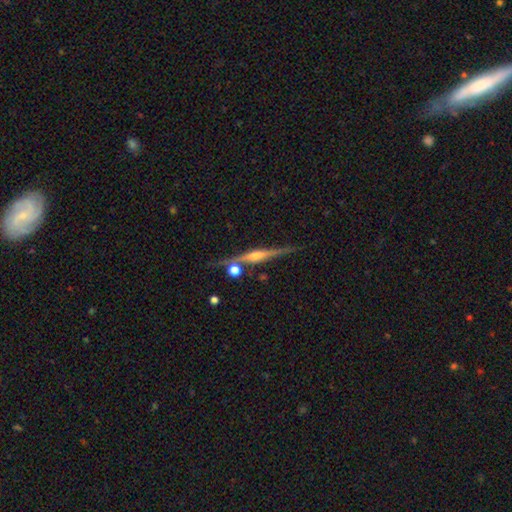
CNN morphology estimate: type=featured or disk (81%); edge-on=yes (98%); edge-on bulge=rounded (80%); merging=none (81%).